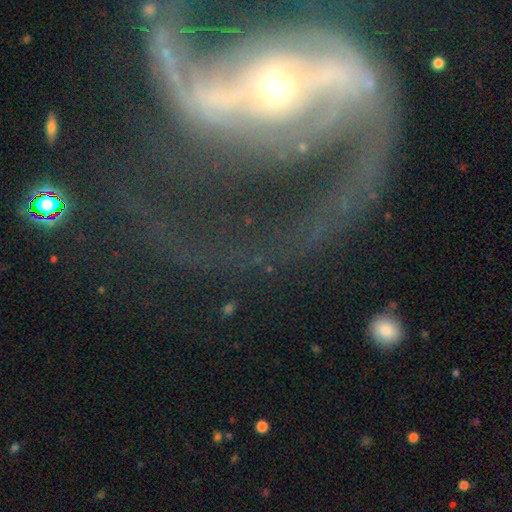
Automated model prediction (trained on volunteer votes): This appears to be a featured or disk galaxy (82%) with a strong bar (44%), 2 (71%) medium (44%) spiral arms (88%) and a small central bulge (49%). Merging: none (53%).